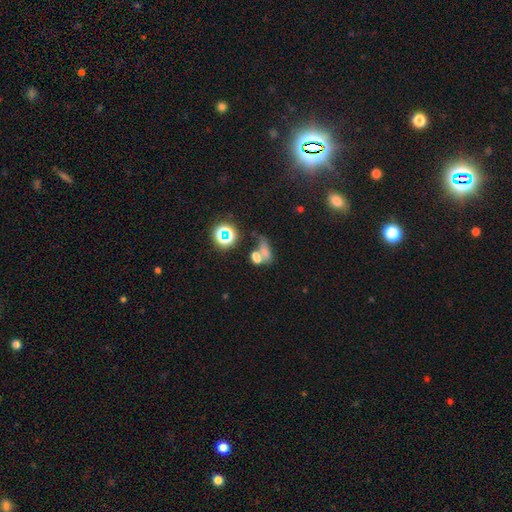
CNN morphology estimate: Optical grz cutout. It shows a smooth galaxy with no disk features (63%) that is in between round and cigar-shaped (69%). Merging: merger (51%).